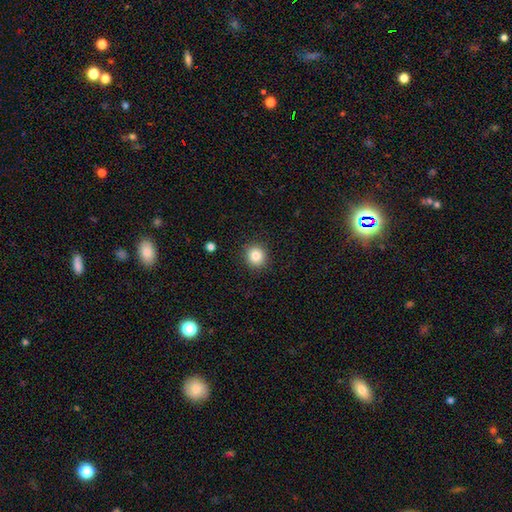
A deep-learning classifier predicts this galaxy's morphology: smooth_or_featured: smooth (p=0.84) [alt: star or artifact p=0.10]
how_rounded: round (p=0.88) [alt: in between p=0.12]
merging: none (p=0.90) [alt: minor disturbance p=0.06]